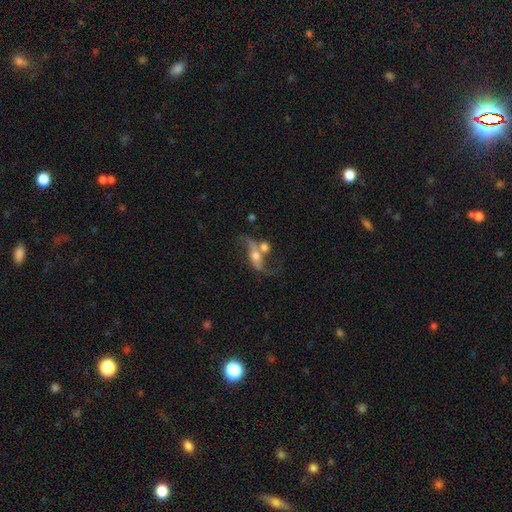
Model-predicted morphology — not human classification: This appears to be a featured or disk galaxy (77%) with no bar (49%), 2 (88%) loose (85%) spiral arms (88%) and a moderate central bulge (56%). Merging: none (40%).